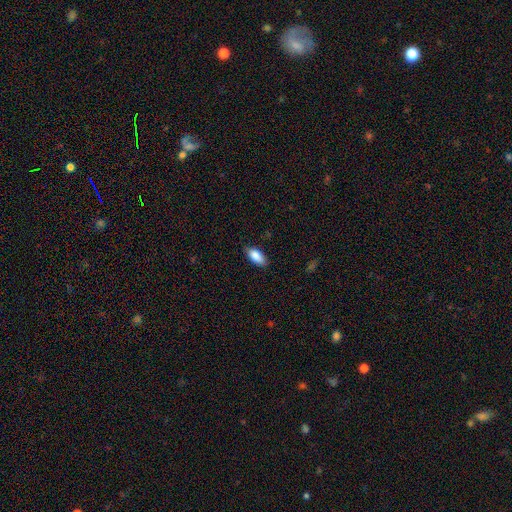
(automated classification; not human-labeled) smooth 87%, star or artifact 6%, featured or disk 6%. Down the decision tree: how rounded — in between (88%); merging — none (81%).